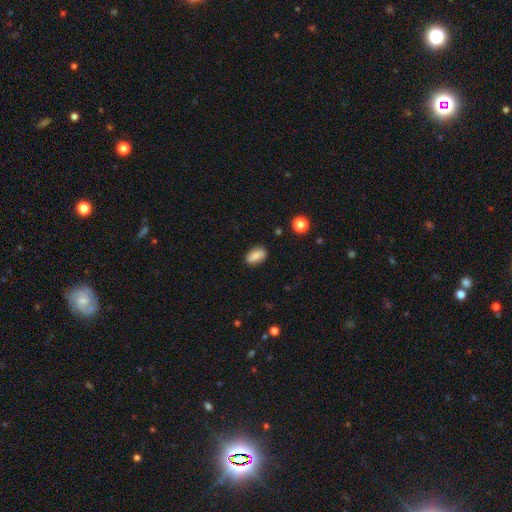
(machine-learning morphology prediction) Overall: smooth (80%). How rounded: in between (88%). Merging: none (83%).